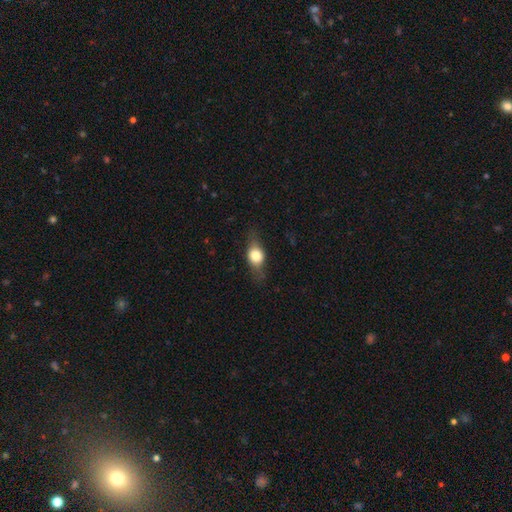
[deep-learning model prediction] A smooth galaxy with no disk features (56%) that is in between round and cigar-shaped (60%).

Vote fractions:
- Smooth or featured? smooth: 56% / featured or disk: 36% / star or artifact: 8%
- How rounded? in between: 60% / round: 29% / cigar-shaped: 11%
- Merging? none: 72% / minor disturbance: 19% / major disturbance: 8% / merger: 1%